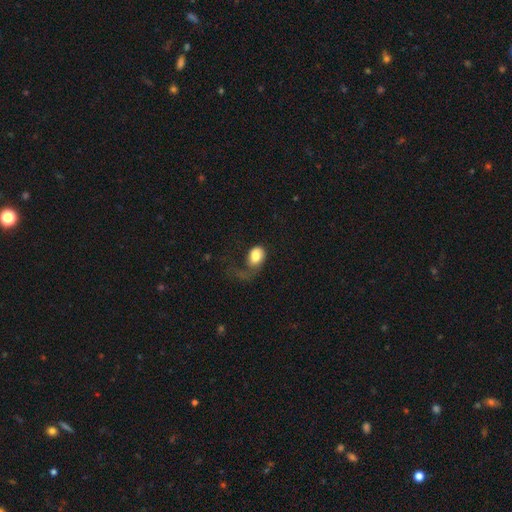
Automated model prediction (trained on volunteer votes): Q: Smooth or featured?
A: smooth (70%); runner-up: featured or disk (23%)
Q: How rounded?
A: in between (71%); runner-up: round (27%)
Q: Merging?
A: major disturbance (57%); runner-up: none (22%)